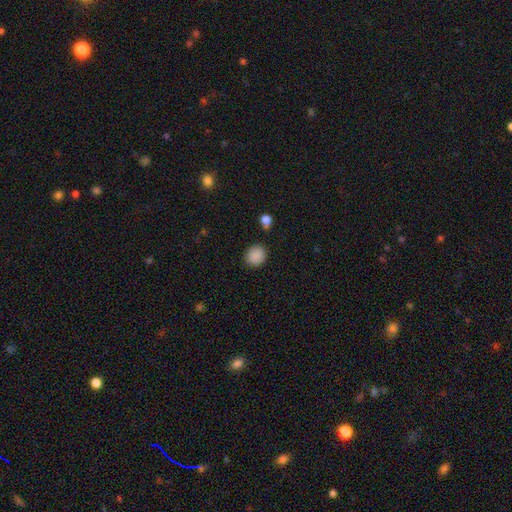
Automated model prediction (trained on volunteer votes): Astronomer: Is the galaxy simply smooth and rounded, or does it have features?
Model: smooth — 88%.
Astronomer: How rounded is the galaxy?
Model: round — 77%.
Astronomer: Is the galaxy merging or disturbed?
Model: none — 84%.